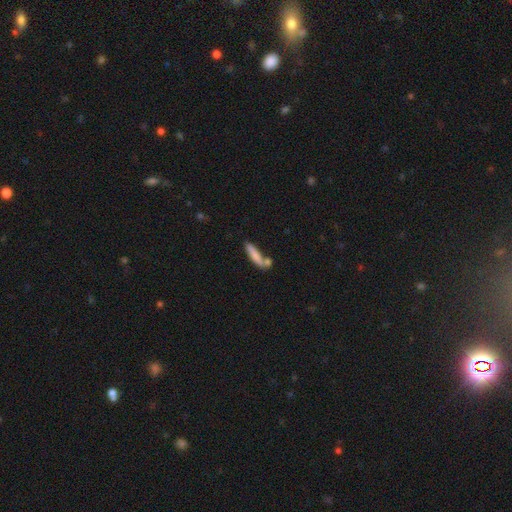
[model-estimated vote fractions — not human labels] This is likely a smooth galaxy (75%). How rounded: clearly cigar-shaped (83%). Merging: possibly none (56%).